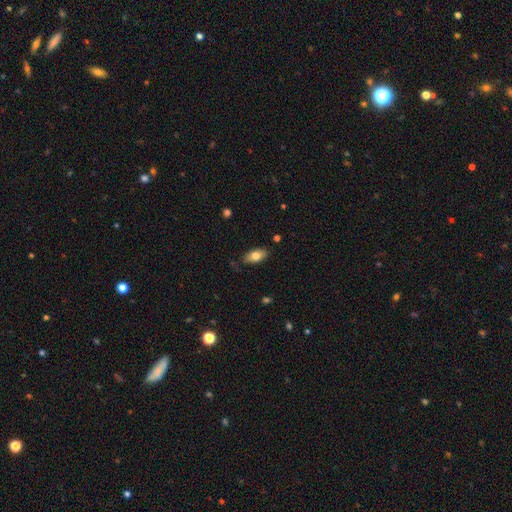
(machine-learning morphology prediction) The model was most divided on "smooth or featured": smooth: 78%, featured or disk: 15%, star or artifact: 7%. More confident: how rounded — in between (91%); merging — none (82%).